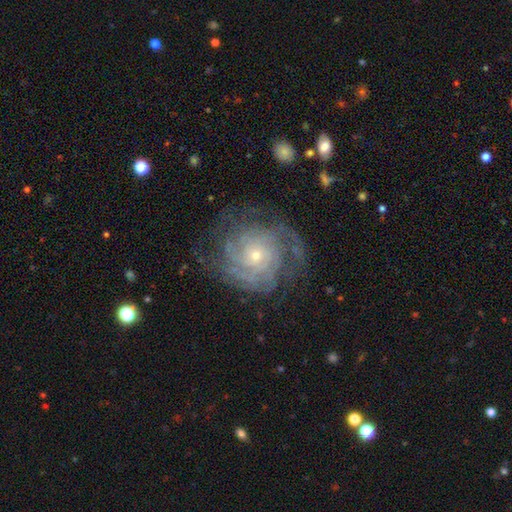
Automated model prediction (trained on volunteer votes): featured or disk 84%, smooth 10%, star or artifact 7%. Down the decision tree: edge-on disk — no (97%); bar — no (79%); spiral arms — yes (94%); spiral arm count — can't tell (36%); spiral winding — tight (67%); bulge size — small (73%); merging — none (69%).